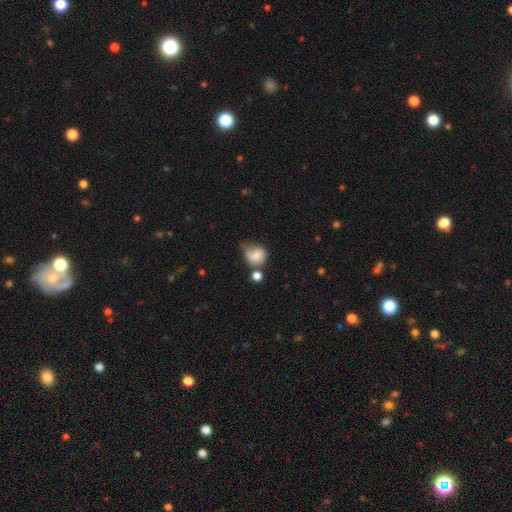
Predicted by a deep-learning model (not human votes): Overall: smooth (77%). How rounded: round (72%). Merging: minor disturbance (33%, tied with none).